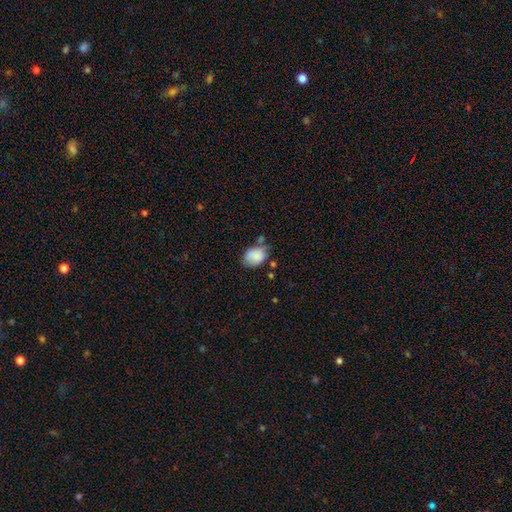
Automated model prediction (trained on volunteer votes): smooth_or_featured: smooth (p=0.86) [alt: star or artifact p=0.08]
how_rounded: in between (p=0.70) [alt: round p=0.29]
merging: none (p=0.57) [alt: minor disturbance p=0.26]